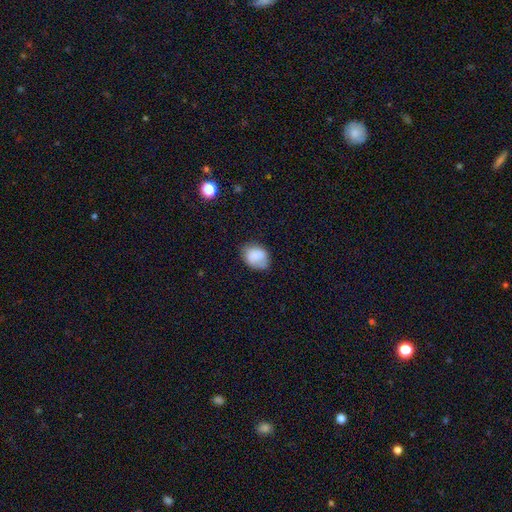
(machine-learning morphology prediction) A smooth galaxy with no disk features (82%) that is in between round and cigar-shaped (61%). Merging: none (62%).